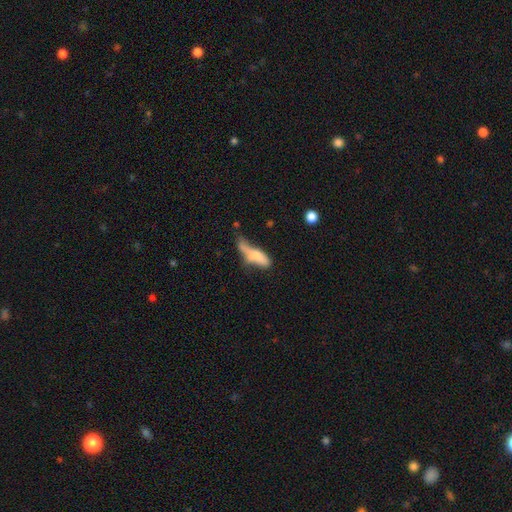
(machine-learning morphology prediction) Q: Smooth or featured?
A: smooth (66%); runner-up: featured or disk (25%)
Q: How rounded?
A: in between (50%); runner-up: cigar-shaped (47%)
Q: Merging?
A: merger (31%); runner-up: major disturbance (25%)